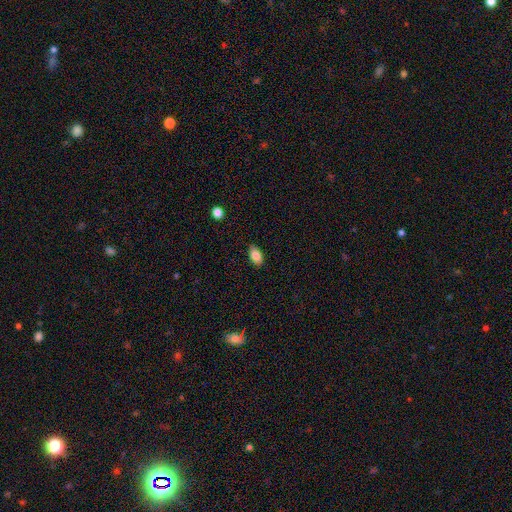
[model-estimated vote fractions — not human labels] Smooth or featured? smooth (84%)
How rounded? in between (92%)
Merging? none (88%)